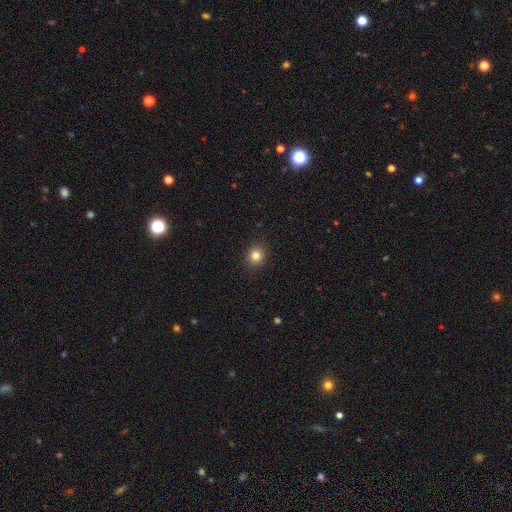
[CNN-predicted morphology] This appears to be a smooth galaxy with no disk features (81%) that is round (81%). Merging: none (91%).